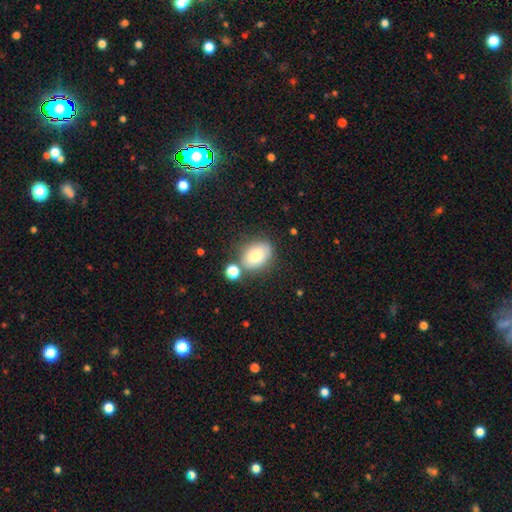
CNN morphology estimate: This appears to be a smooth galaxy with no disk features (79%) that is in between round and cigar-shaped (75%). Merging: none (66%).